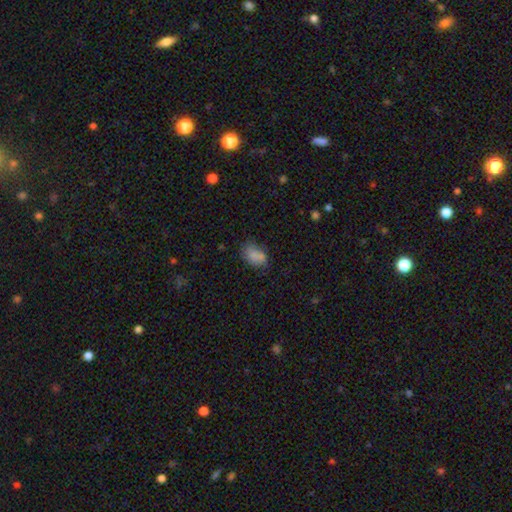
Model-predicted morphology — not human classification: smooth 81%, star or artifact 10%, featured or disk 9%. Down the decision tree: how rounded — in between (84%); merging — none (60%).